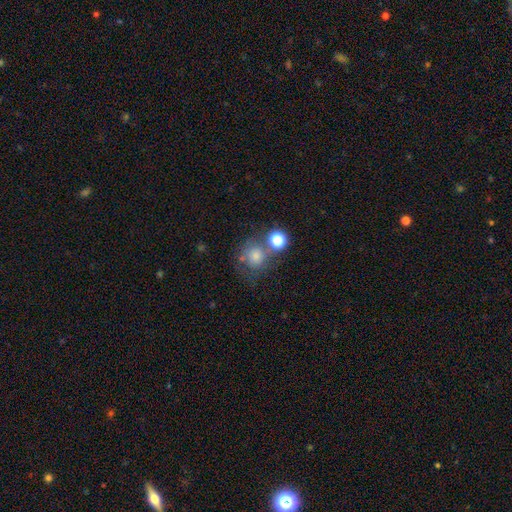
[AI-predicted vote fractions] Smooth or featured: smooth — 73% (star or artifact — 14%)
How rounded: round — 84% (in between — 15%)
Merging: none — 50% (merger — 28%)